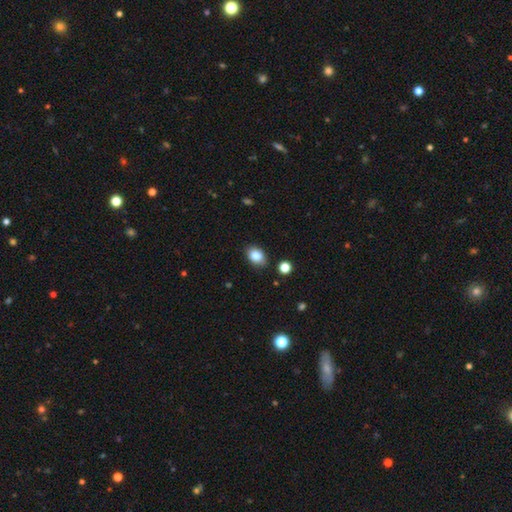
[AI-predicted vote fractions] smooth_or_featured: smooth (p=0.84) [alt: star or artifact p=0.09]
how_rounded: in between (p=0.74) [alt: round p=0.25]
merging: none (p=0.84) [alt: minor disturbance p=0.11]